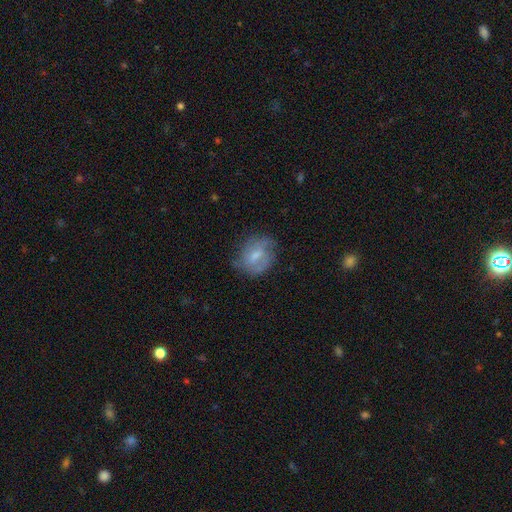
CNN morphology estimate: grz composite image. It shows a featured or disk galaxy (56%) with a weak bar (54%), spiral arms (76%) and a moderate central bulge (42%). Merging: none (62%).